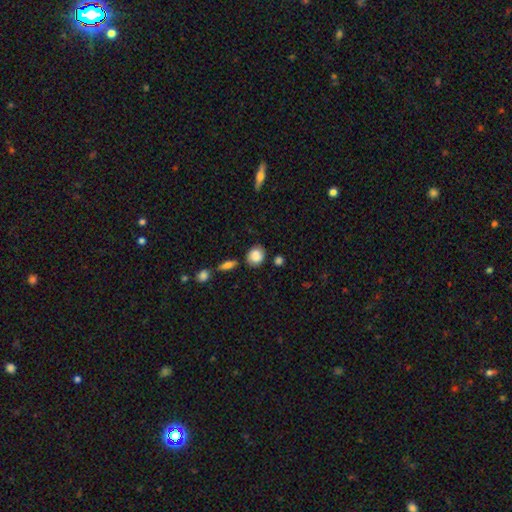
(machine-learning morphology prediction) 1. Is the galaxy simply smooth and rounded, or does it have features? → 79% smooth, 12% featured or disk, 8% star or artifact.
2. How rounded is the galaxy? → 65% round, 33% in between, 2% cigar-shaped.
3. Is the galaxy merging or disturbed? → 72% none, 19% minor disturbance, 5% merger, 4% major disturbance.